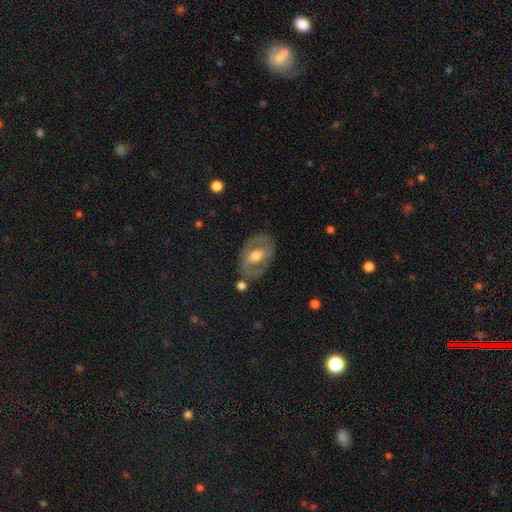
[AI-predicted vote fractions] smooth_or_featured: featured or disk (p=0.67) [alt: smooth p=0.26]
disk_edge_on: no (p=0.93) [alt: yes p=0.07]
bar: no (p=0.41) [alt: weak p=0.38]
has_spiral_arms: yes (p=0.50) [tied with: no p=0.50]
bulge_size: moderate (p=0.67) [alt: large p=0.18]
merging: none (p=0.75) [alt: minor disturbance p=0.15]